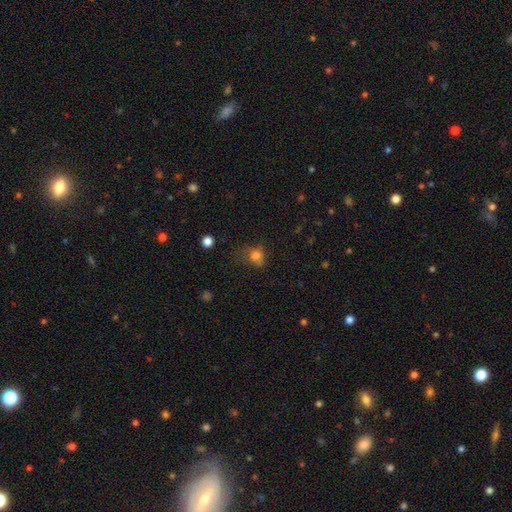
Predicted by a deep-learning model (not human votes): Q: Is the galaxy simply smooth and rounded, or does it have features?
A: smooth — 76%.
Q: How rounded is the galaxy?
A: round — 64%.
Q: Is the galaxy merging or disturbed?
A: none — 44%.